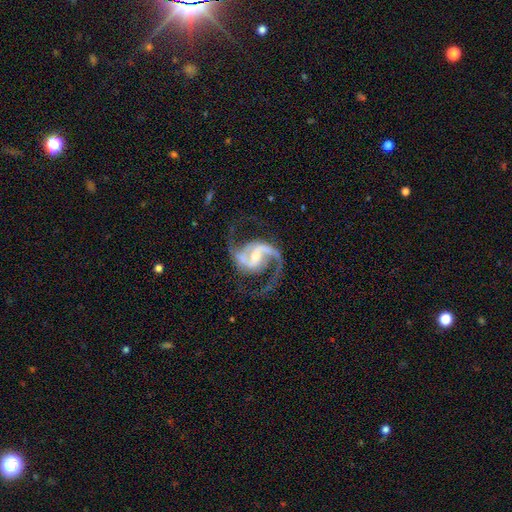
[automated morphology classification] Smooth or featured? Predicted: featured or disk (p=0.93). Edge-on disk? Predicted: no (p=0.98). Bar? Predicted: weak (p=0.45). Spiral arms? Predicted: yes (p=0.98). Spiral winding? Predicted: medium (p=0.58). Spiral arm count? Predicted: 2 (p=0.91). Bulge size? Predicted: moderate (p=0.49). Merging? Predicted: none (p=0.72).